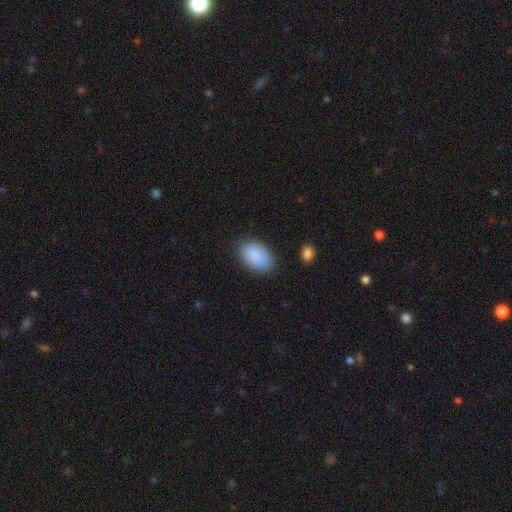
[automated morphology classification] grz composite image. It shows a smooth galaxy with no disk features (87%) that is in between round and cigar-shaped (91%). Merging: none (80%).